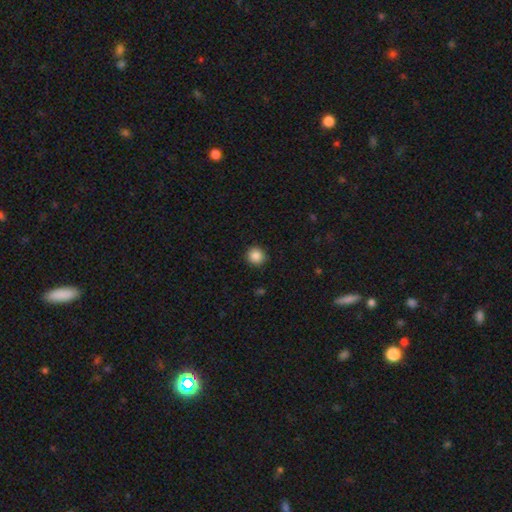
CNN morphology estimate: smooth_or_featured: smooth (p=0.87) [alt: star or artifact p=0.09]
how_rounded: round (p=0.91) [alt: in between p=0.08]
merging: none (p=0.91) [alt: minor disturbance p=0.06]